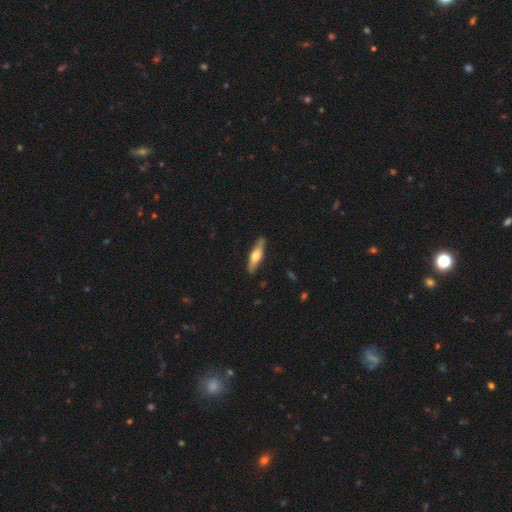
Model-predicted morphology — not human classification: This is possibly a smooth galaxy (50%). How rounded: likely cigar-shaped (73%). Merging: clearly none (87%).